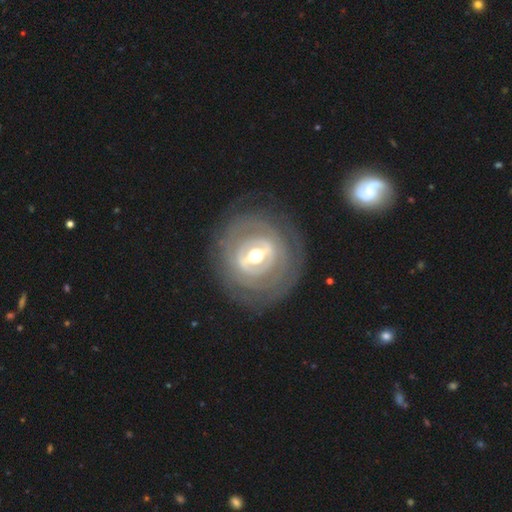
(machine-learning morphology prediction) Smooth or featured? Predicted: featured or disk (p=0.81). Edge-on disk? Predicted: no (p=0.93). Bar? Predicted: strong (p=0.51). Spiral arms? Predicted: yes (p=0.57). Bulge size? Predicted: moderate (p=0.72). Merging? Predicted: none (p=0.81).